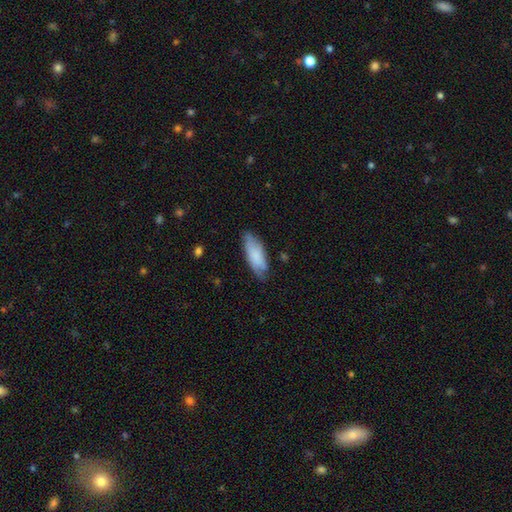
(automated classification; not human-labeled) Smooth or featured: smooth — 76% (featured or disk — 18%)
How rounded: in between — 72% (cigar-shaped — 26%)
Merging: none — 68% (minor disturbance — 25%)